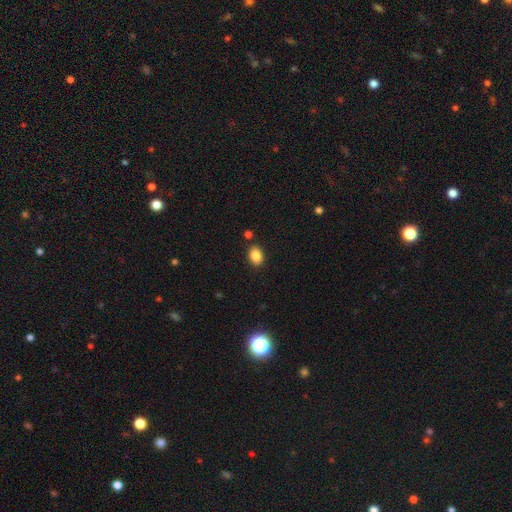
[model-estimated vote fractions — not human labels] Smooth or featured? Predicted: smooth (p=0.86). How rounded? Predicted: in between (p=0.71). Merging? Predicted: none (p=0.84).